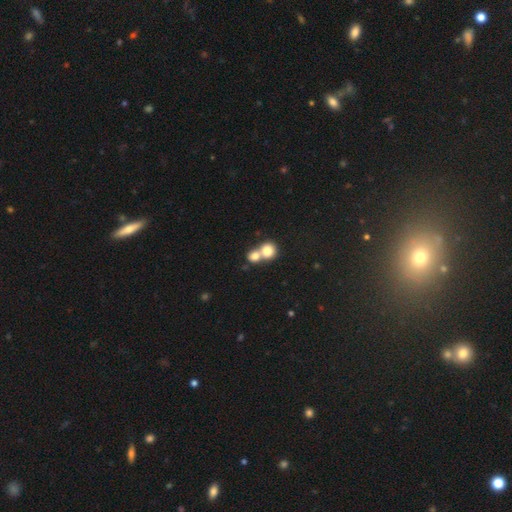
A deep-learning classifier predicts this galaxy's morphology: Overall: smooth (61%; star or artifact 25%). How rounded: round (80%). Merging: none (45%; merger 44%).